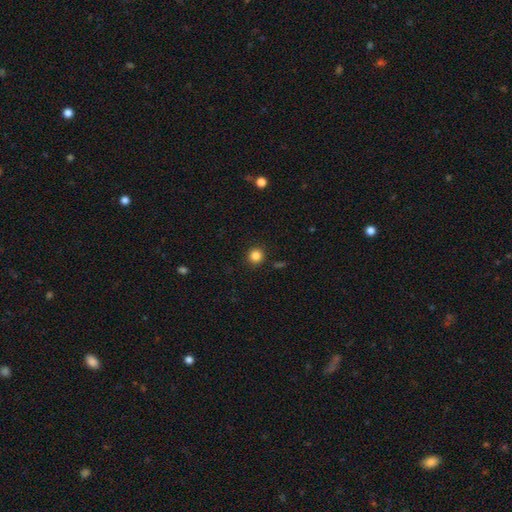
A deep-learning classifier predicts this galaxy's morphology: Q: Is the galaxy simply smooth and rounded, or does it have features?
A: smooth — 85%.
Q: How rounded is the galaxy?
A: round — 94%.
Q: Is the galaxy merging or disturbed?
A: none — 91%.